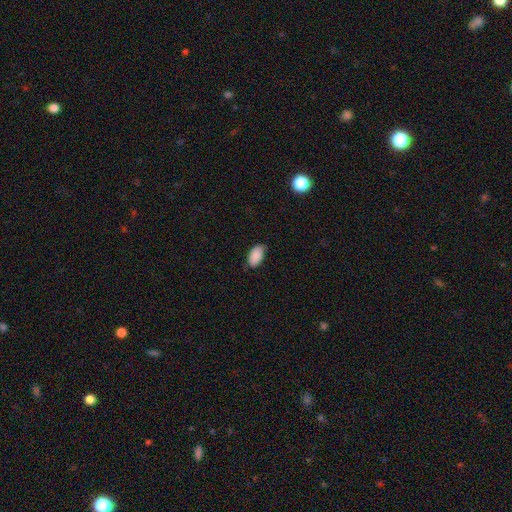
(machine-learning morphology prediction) Smooth or featured?
  - smooth: 89% *
  - star or artifact: 7%
  - featured or disk: 4%
How rounded?
  - in between: 95% *
  - round: 3%
  - cigar-shaped: 2%
Merging?
  - none: 78% *
  - minor disturbance: 18%
  - major disturbance: 3%
  - merger: 1%